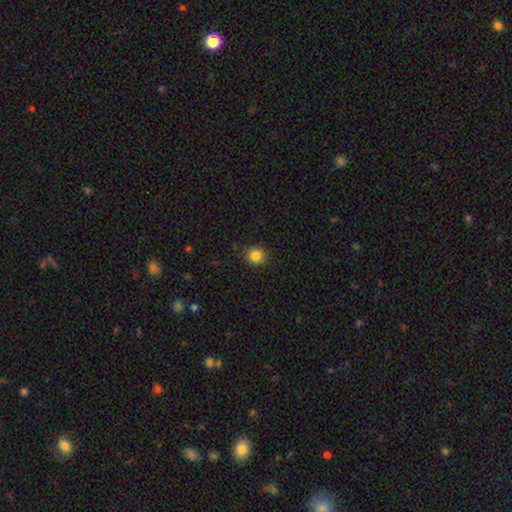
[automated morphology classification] Smooth or featured?
  - smooth: 84% *
  - star or artifact: 11%
  - featured or disk: 5%
How rounded?
  - round: 79% *
  - in between: 20%
  - cigar-shaped: 1%
Merging?
  - none: 88% *
  - minor disturbance: 9%
  - major disturbance: 2%
  - merger: 1%